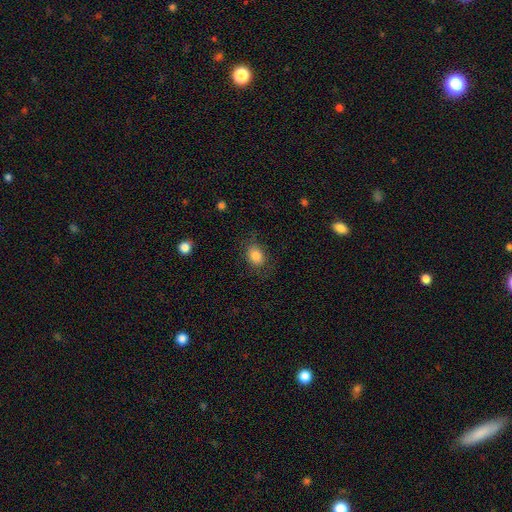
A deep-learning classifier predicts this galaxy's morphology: smooth-or-featured: smooth: 84% | star or artifact: 10% | featured or disk: 7%
  how-rounded: in between: 56% | round: 42% | cigar-shaped: 1%
  merging: none: 76% | minor disturbance: 16% | major disturbance: 6% | merger: 1%